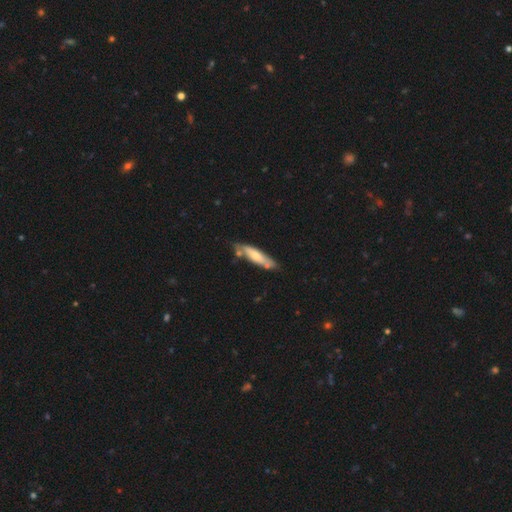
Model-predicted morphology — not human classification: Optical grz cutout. It shows a smooth galaxy with no disk features (55%) that is cigar-shaped (74%). Merging: none (64%).